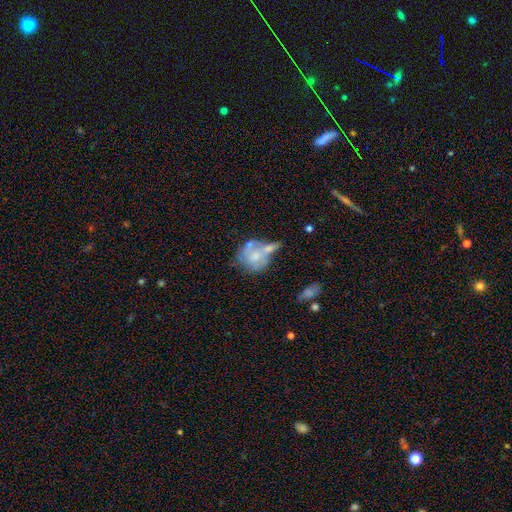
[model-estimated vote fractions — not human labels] A featured or disk galaxy (49%).

Vote fractions:
- Smooth or featured? featured or disk: 49% / smooth: 42% / star or artifact: 9%
- Merging? merger: 38% / none: 26% / minor disturbance: 18% / major disturbance: 18%